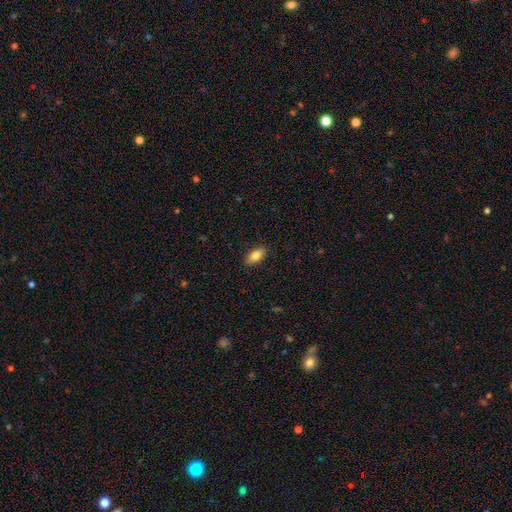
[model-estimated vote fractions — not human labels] Smooth or featured: smooth — 83% (featured or disk — 10%)
How rounded: in between — 89% (cigar-shaped — 8%)
Merging: none — 89% (minor disturbance — 8%)